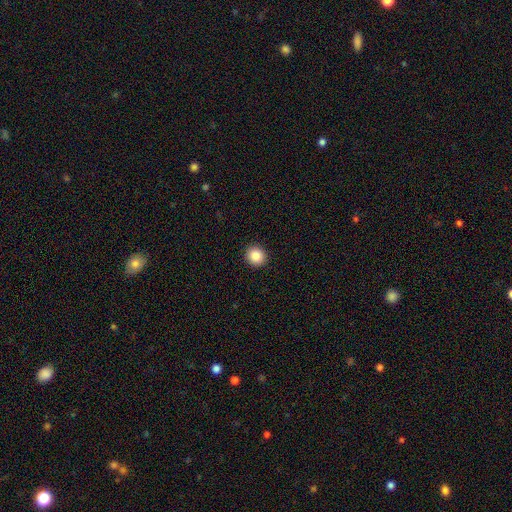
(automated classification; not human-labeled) The model was most divided on "smooth or featured": smooth: 86%, star or artifact: 9%, featured or disk: 5%. More confident: merging — none (93%); how rounded — round (90%).